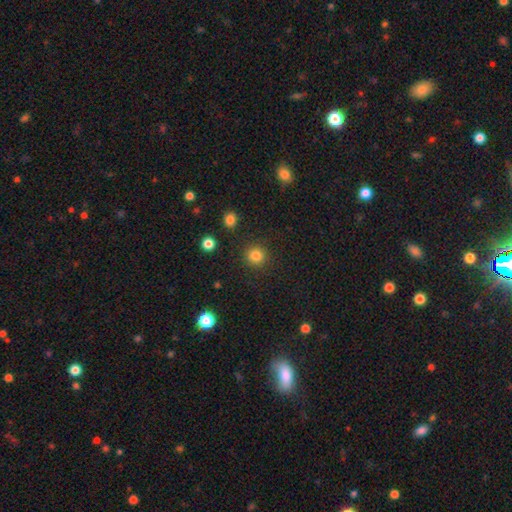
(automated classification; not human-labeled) The model was most divided on "smooth or featured": smooth: 83%, star or artifact: 12%, featured or disk: 5%. More confident: how rounded — round (93%); merging — none (90%).